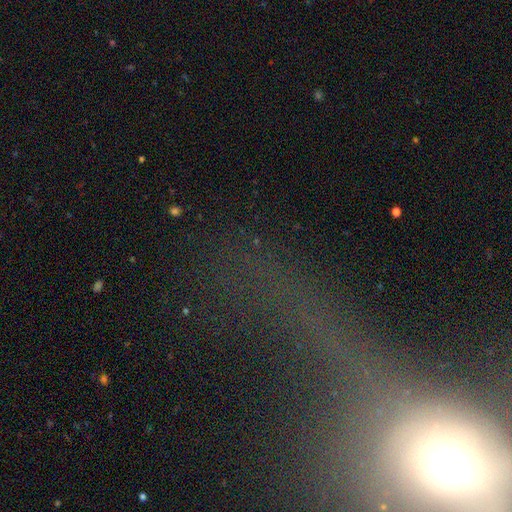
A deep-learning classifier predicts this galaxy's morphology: type=star or artifact (47%).